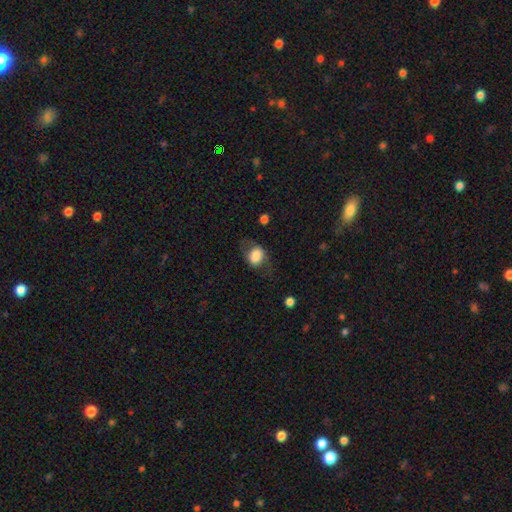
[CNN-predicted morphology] Smooth or featured: smooth — 74% (featured or disk — 18%)
How rounded: in between — 58% (round — 41%)
Merging: none — 57% (minor disturbance — 24%)